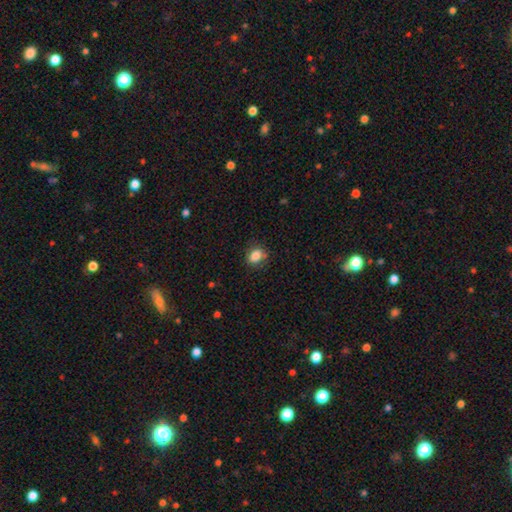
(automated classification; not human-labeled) Overall: smooth (84%). How rounded: in between (59%; round 40%). Merging: none (77%).